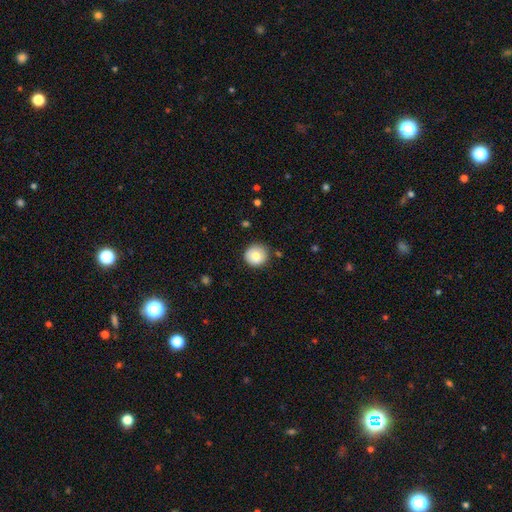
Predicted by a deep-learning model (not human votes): Morphology: type=smooth (81%); roundness=round (94%); merging=none (86%).